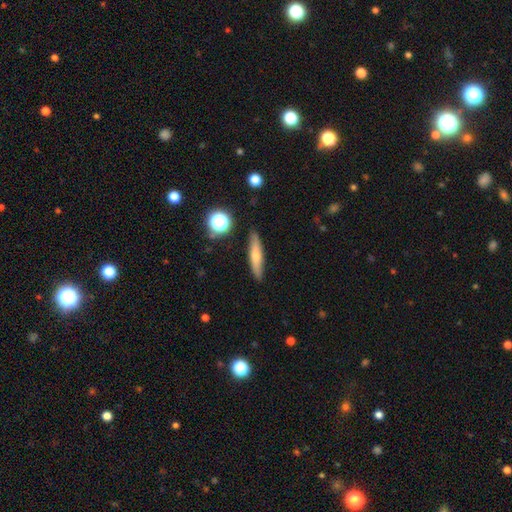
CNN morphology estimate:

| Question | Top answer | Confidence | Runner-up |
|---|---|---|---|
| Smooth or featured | smooth | 57% | featured or disk (35%) |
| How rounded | cigar-shaped | 80% | in between (17%) |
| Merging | none | 87% | minor disturbance (9%) |